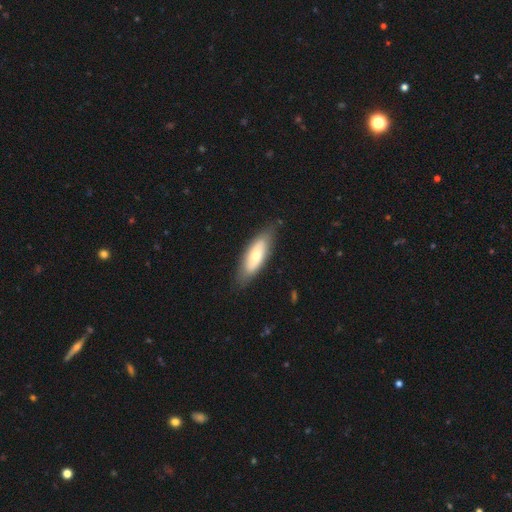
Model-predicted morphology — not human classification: smooth 65%, featured or disk 29%, star or artifact 5%. Down the decision tree: how rounded — in between (66%); merging — none (79%).